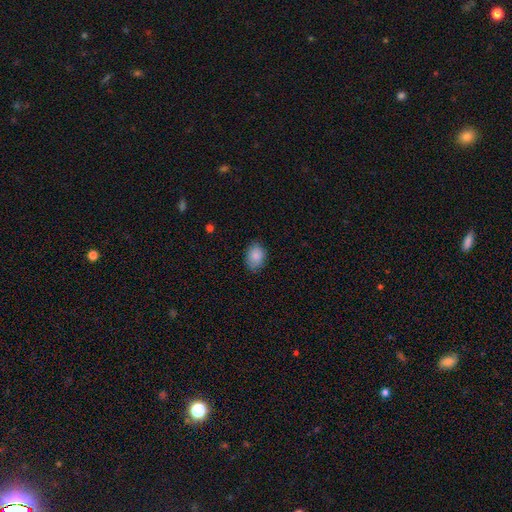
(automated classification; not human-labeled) A smooth galaxy with no disk features (86%) that is in between round and cigar-shaped (75%).

Vote fractions:
- Smooth or featured? smooth: 86% / star or artifact: 7% / featured or disk: 6%
- How rounded? in between: 75% / round: 24% / cigar-shaped: 1%
- Merging? none: 80% / minor disturbance: 16% / major disturbance: 3% / merger: 1%